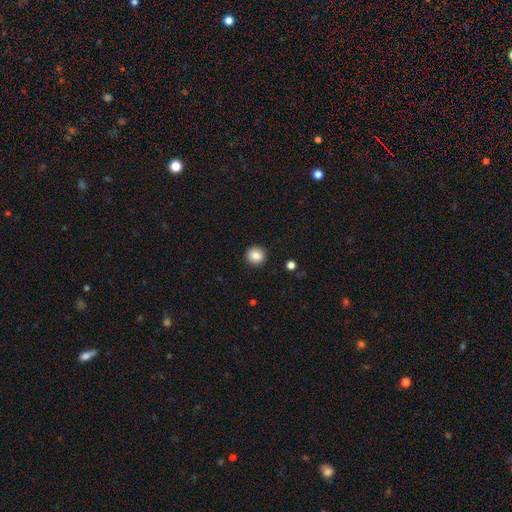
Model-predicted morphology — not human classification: type=smooth (86%); roundness=round (87%); merging=none (91%).